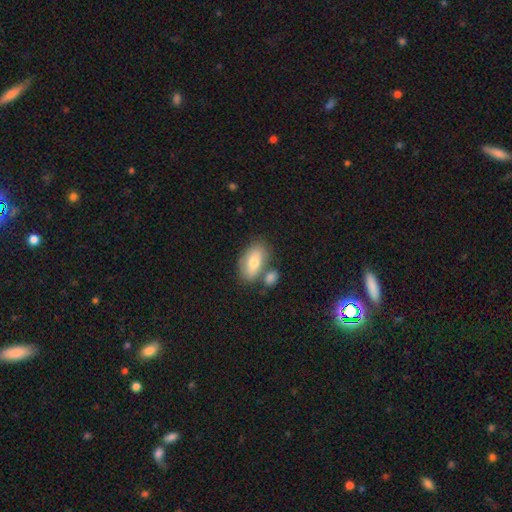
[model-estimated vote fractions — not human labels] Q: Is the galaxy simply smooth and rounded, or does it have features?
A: smooth — 58%.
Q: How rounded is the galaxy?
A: in between — 86%.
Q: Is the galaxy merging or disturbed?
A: none — 70%.